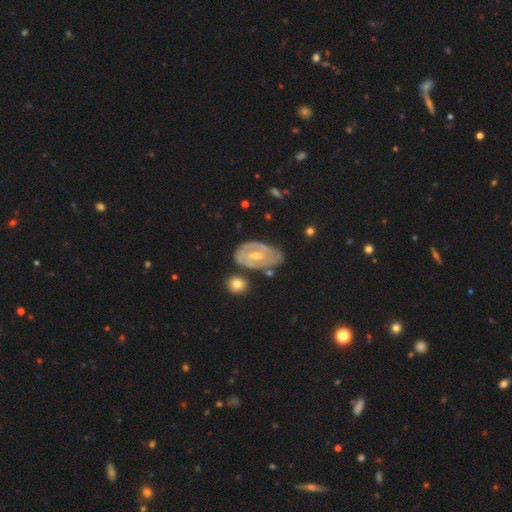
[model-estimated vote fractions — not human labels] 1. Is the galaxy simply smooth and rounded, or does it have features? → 78% featured or disk, 16% smooth, 6% star or artifact.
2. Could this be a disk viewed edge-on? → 95% no, 5% yes.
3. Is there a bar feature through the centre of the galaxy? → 43% no (tied), 43% weak (tied), 14% strong.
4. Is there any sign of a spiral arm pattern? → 82% yes, 18% no.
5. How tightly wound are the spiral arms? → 65% tight, 27% medium, 8% loose.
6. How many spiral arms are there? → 42% 2, 36% can't tell, 9% 1, 8% 3, 2% 4, 2% more than 4.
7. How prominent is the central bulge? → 49% small, 48% moderate, 1% large, 1% none, 1% dominant.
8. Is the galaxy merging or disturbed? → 58% none, 25% minor disturbance, 9% major disturbance, 8% merger.